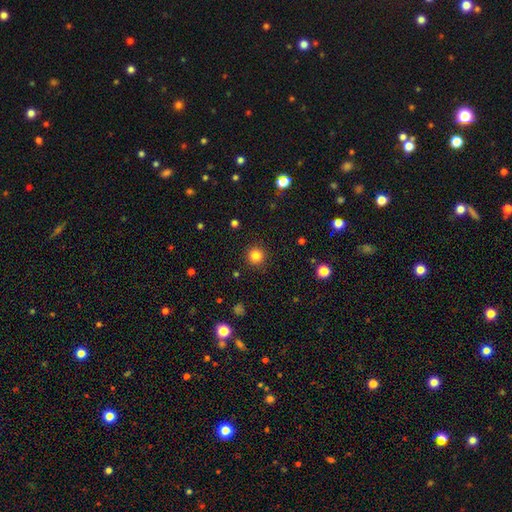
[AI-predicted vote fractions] smooth_or_featured: smooth (p=0.83) [alt: star or artifact p=0.12]
how_rounded: round (p=0.95) [alt: in between p=0.04]
merging: none (p=0.91) [alt: minor disturbance p=0.05]